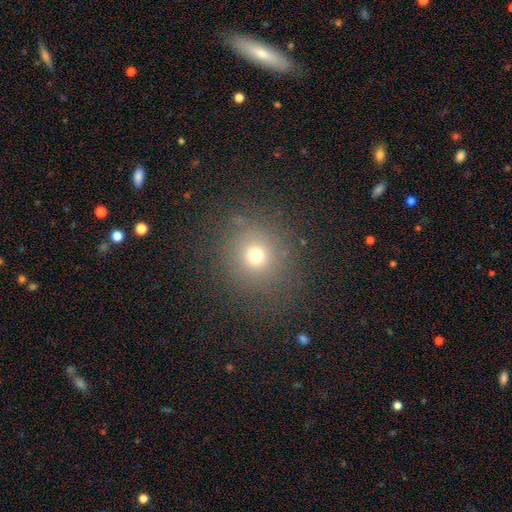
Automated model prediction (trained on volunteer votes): Smooth or featured?
  - smooth: 68% *
  - star or artifact: 21%
  - featured or disk: 12%
How rounded?
  - round: 90% *
  - in between: 9%
  - cigar-shaped: 1%
Merging?
  - none: 82% *
  - minor disturbance: 10%
  - major disturbance: 6%
  - merger: 1%